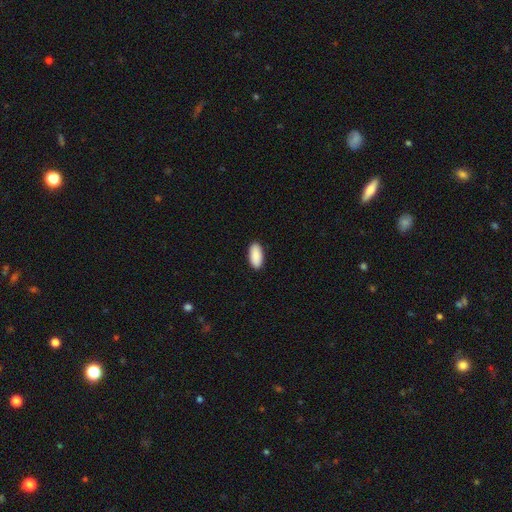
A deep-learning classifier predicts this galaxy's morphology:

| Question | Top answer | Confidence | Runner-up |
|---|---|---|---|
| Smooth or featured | smooth | 91% | star or artifact (6%) |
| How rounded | in between | 91% | cigar-shaped (7%) |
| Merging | none | 91% | minor disturbance (7%) |